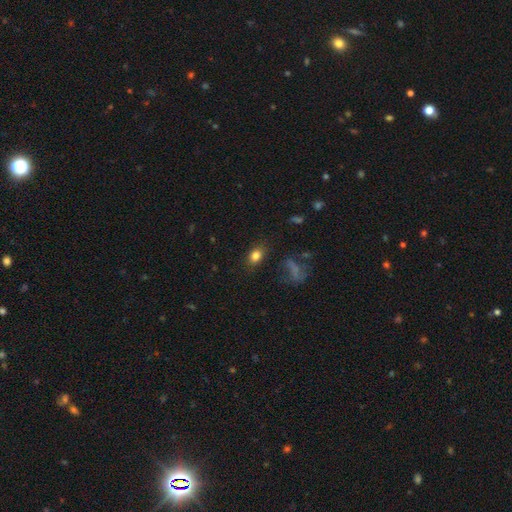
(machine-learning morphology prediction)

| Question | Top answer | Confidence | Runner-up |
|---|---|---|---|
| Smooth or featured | smooth | 82% | star or artifact (11%) |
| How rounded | in between | 71% | round (27%) |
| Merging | none | 81% | minor disturbance (13%) |